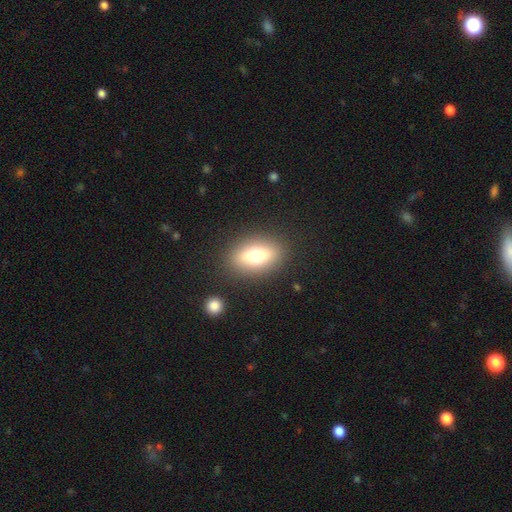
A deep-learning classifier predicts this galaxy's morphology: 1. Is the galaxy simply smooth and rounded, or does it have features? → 67% smooth, 23% featured or disk, 10% star or artifact.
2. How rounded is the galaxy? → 77% in between, 17% round, 6% cigar-shaped.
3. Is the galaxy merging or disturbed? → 86% none, 9% minor disturbance, 4% major disturbance, 2% merger.